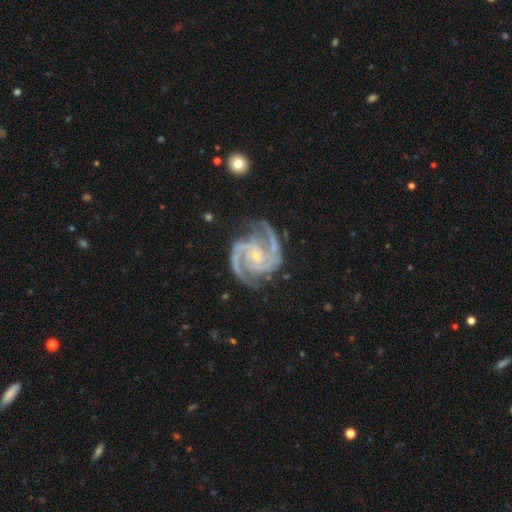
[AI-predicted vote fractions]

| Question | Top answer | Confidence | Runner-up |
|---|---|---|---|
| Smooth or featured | featured or disk | 94% | star or artifact (4%) |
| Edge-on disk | no | 98% | yes (2%) |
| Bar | no | 62% | weak (26%) |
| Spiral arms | yes | 99% | no (1%) |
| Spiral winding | medium | 51% | tight (43%) |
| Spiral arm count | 2 | 65% | 3 (22%) |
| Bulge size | small | 80% | moderate (16%) |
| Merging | none | 74% | minor disturbance (18%) |